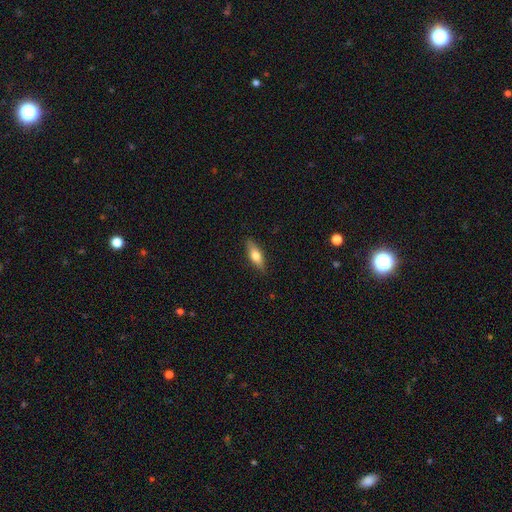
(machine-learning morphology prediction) Q: Smooth or featured?
A: smooth (60%); runner-up: featured or disk (33%)
Q: How rounded?
A: in between (57%); runner-up: cigar-shaped (40%)
Q: Merging?
A: none (86%); runner-up: minor disturbance (11%)